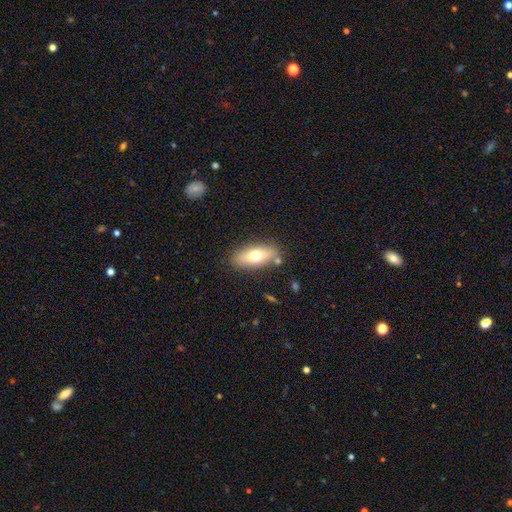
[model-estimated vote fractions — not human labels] Smooth or featured?
  - smooth: 66% *
  - featured or disk: 27%
  - star or artifact: 7%
How rounded?
  - in between: 75% *
  - cigar-shaped: 21%
  - round: 4%
Merging?
  - none: 81% *
  - minor disturbance: 12%
  - merger: 4%
  - major disturbance: 3%